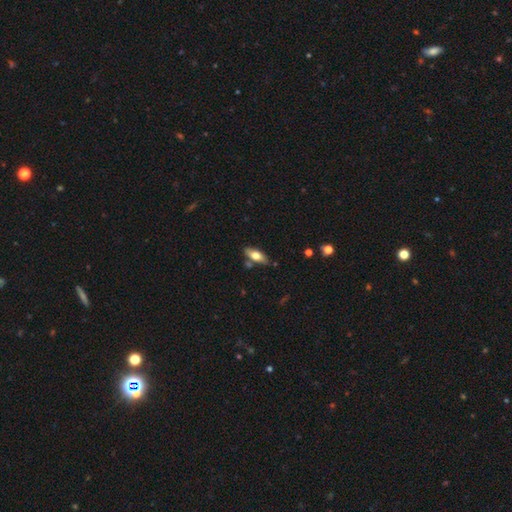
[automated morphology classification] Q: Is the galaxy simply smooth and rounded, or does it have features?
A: smooth — 61%.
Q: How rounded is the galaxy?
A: in between — 77%.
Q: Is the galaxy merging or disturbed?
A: none — 73%.